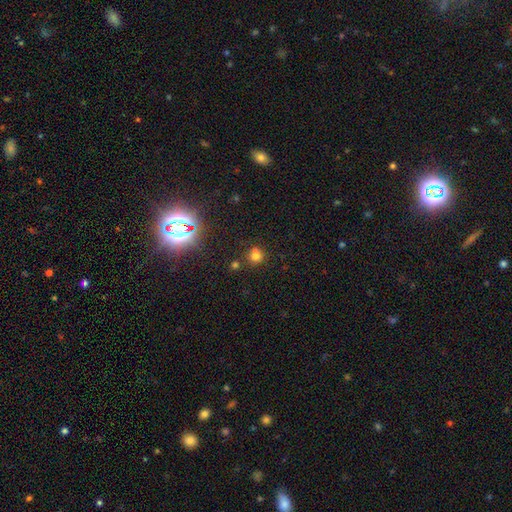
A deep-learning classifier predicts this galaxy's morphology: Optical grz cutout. It shows a smooth galaxy with no disk features (72%) that is round (87%). Merging: none (66%).